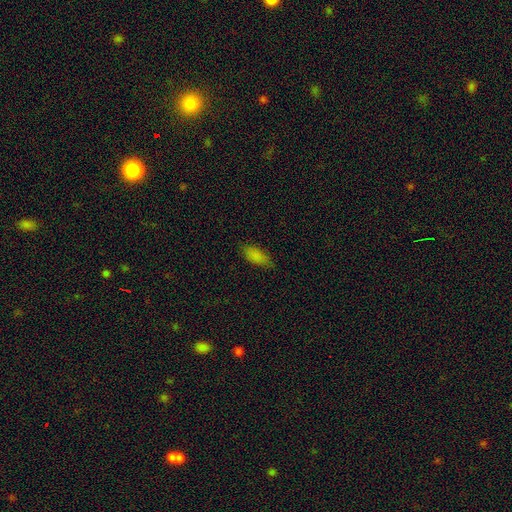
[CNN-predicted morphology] The model was most divided on "merging": none: 79%, minor disturbance: 17%, major disturbance: 3%, merger: 1%. More confident: how rounded — in between (85%); smooth or featured — smooth (85%).